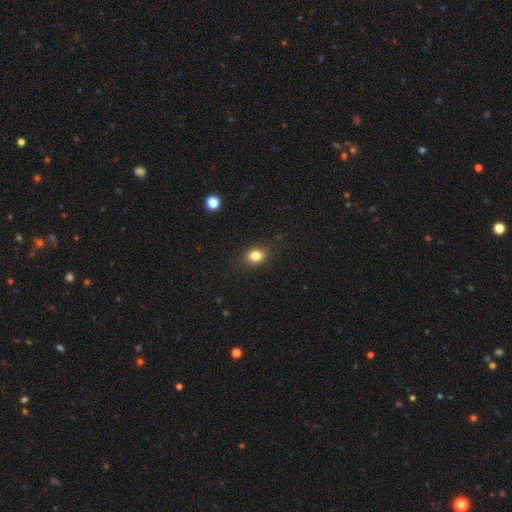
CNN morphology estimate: Overall: smooth (82%). How rounded: in between (50%; round 49%). Merging: none (88%).